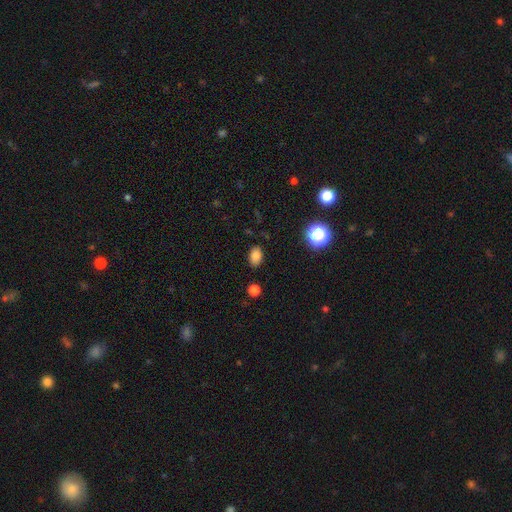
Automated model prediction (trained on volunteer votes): Smooth or featured?
  - smooth: 81% *
  - star or artifact: 12%
  - featured or disk: 7%
How rounded?
  - in between: 83% *
  - round: 16%
  - cigar-shaped: 1%
Merging?
  - none: 85% *
  - minor disturbance: 11%
  - major disturbance: 2%
  - merger: 2%